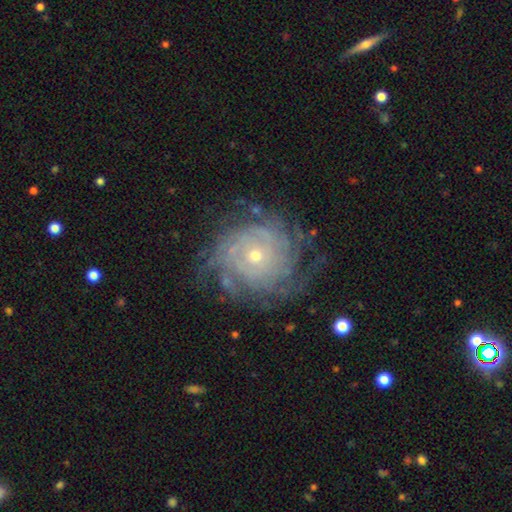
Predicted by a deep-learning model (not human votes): smooth-or-featured: featured or disk: 85% | smooth: 8% | star or artifact: 7%
  disk-edge-on: no: 97% | yes: 3%
    bar: no: 82% | weak: 14% | strong: 4%
    has-spiral-arms: yes: 94% | no: 6%
      spiral-winding: tight: 79% | medium: 17% | loose: 5%
      spiral-arm-count: can't tell: 40% | 4: 17% | more than 4: 16% | 3: 12% | 2: 10% | 1: 6%
    bulge-size: small: 63% | moderate: 33% | large: 2% | none: 1% | dominant: 1%
  merging: none: 71% | minor disturbance: 17% | major disturbance: 10% | merger: 2%